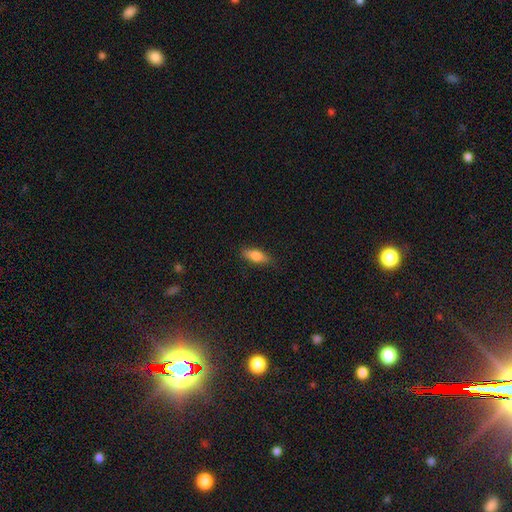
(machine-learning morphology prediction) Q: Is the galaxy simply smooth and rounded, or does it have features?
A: smooth — 79%.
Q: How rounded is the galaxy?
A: in between — 69%.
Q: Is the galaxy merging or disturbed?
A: none — 83%.